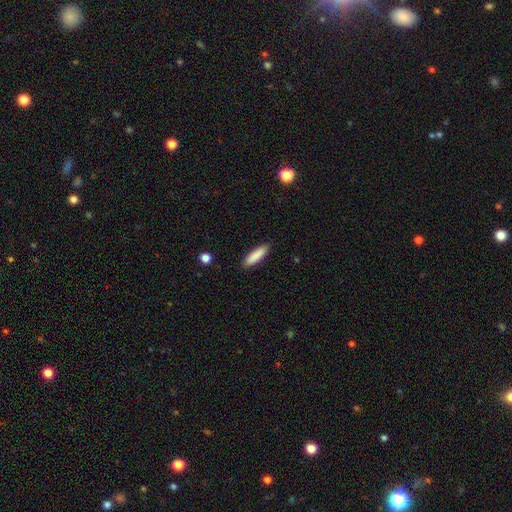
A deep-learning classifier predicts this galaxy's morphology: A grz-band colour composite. It shows a smooth galaxy with no disk features (88%) that is cigar-shaped (67%). Merging: none (89%).